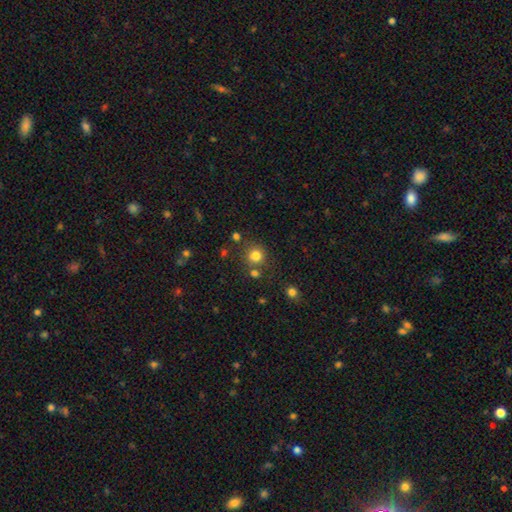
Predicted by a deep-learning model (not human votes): smooth_or_featured: smooth (p=0.80) [alt: star or artifact p=0.14]
how_rounded: round (p=0.88) [alt: in between p=0.11]
merging: none (p=0.73) [alt: merger p=0.12]